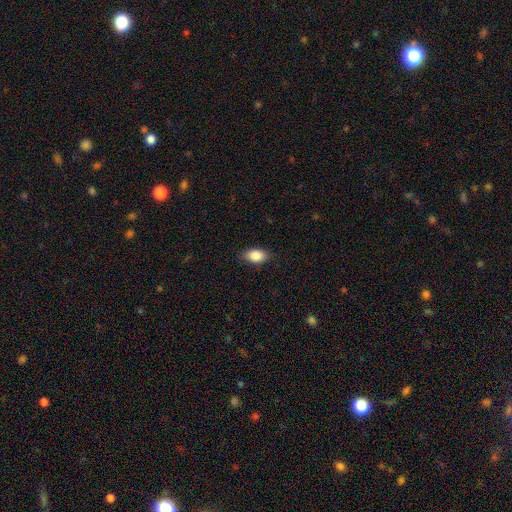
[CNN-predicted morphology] Smooth or featured? Predicted: smooth (p=0.86). How rounded? Predicted: in between (p=0.88). Merging? Predicted: none (p=0.84).